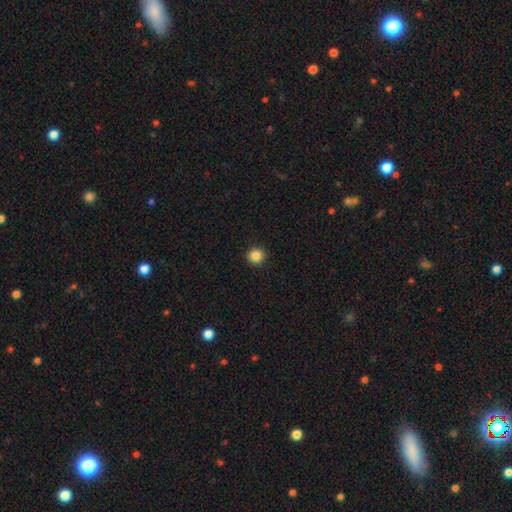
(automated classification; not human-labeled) Q: Smooth or featured?
A: smooth (86%); runner-up: star or artifact (10%)
Q: How rounded?
A: round (95%); runner-up: in between (4%)
Q: Merging?
A: none (93%); runner-up: minor disturbance (5%)